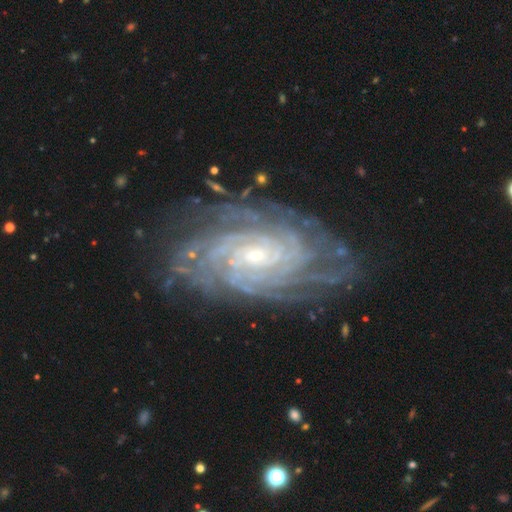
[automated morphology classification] Smooth or featured?
  - featured or disk: 91% *
  - star or artifact: 5%
  - smooth: 4%
Edge-on disk?
  - no: 96% *
  - yes: 4%
Bar?
  - no: 57% *
  - weak: 31%
  - strong: 12%
Spiral arms?
  - yes: 98% *
  - no: 2%
Spiral winding?
  - tight: 82% *
  - medium: 15%
  - loose: 3%
Spiral arm count?
  - more than 4: 33% *
  - can't tell: 21%
  - 4: 20%
  - 3: 10%
  - 2: 9%
  - 1: 7%
Bulge size?
  - small: 77% *
  - moderate: 19%
  - none: 2%
  - large: 1%
  - dominant: 1%
Merging?
  - none: 79% *
  - minor disturbance: 14%
  - major disturbance: 5%
  - merger: 1%